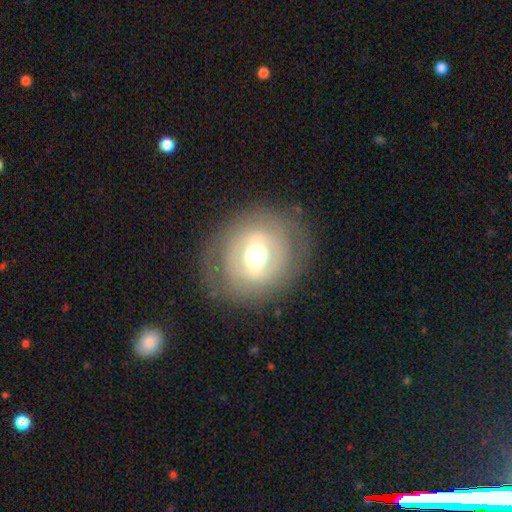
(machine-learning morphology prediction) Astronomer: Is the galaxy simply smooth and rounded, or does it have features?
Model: featured or disk — 58% (runner-up: smooth, 35%).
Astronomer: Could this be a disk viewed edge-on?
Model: no — 94%.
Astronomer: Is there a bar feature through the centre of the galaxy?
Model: weak — 39% (runner-up: strong, 32%).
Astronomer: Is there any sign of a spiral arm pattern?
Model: no — 67%.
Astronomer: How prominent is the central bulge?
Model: moderate — 67%.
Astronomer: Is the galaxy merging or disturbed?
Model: none — 80%.